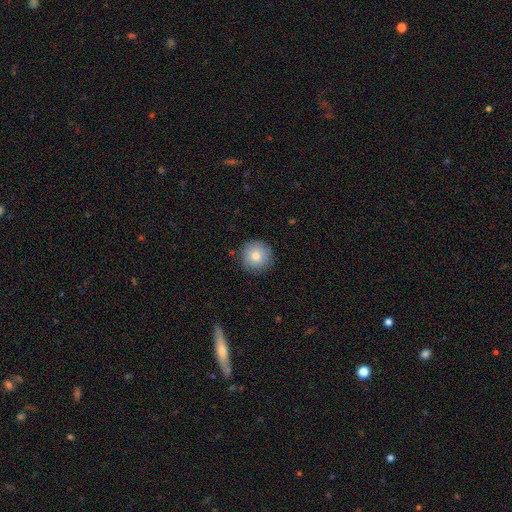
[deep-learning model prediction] Q: Smooth or featured?
A: smooth (78%); runner-up: featured or disk (14%)
Q: How rounded?
A: round (95%); runner-up: in between (4%)
Q: Merging?
A: none (86%); runner-up: minor disturbance (11%)